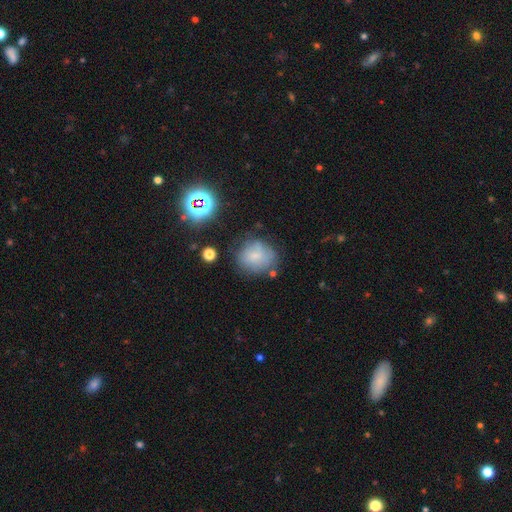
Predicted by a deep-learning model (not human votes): This appears to be a smooth galaxy with no disk features (69%) that is round (75%). Merging: none (64%).